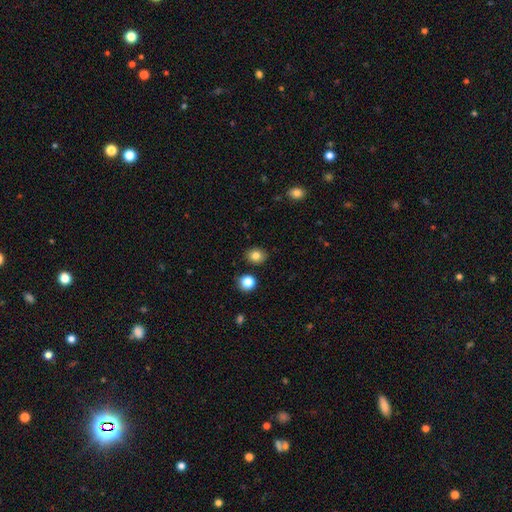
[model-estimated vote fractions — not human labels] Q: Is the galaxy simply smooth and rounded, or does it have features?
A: smooth — 82%.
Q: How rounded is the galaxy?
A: round — 63%.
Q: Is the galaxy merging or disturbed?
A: none — 86%.